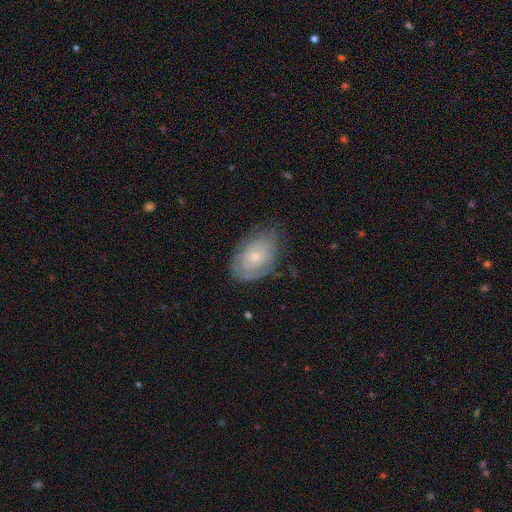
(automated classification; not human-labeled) Smooth or featured?
  - featured or disk: 48% *
  - smooth: 37%
  - star or artifact: 15%
Merging?
  - none: 75% *
  - minor disturbance: 19%
  - major disturbance: 5%
  - merger: 1%